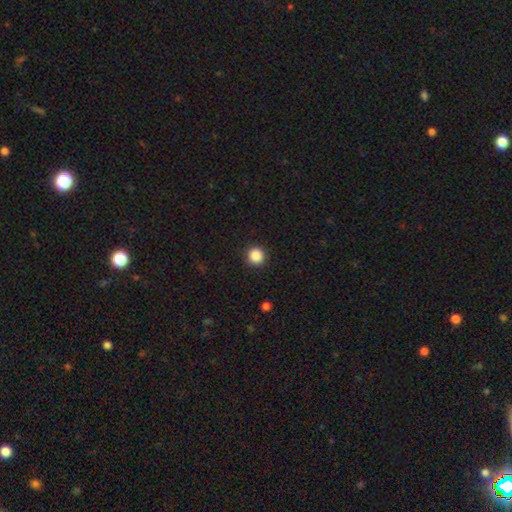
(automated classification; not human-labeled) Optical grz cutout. It shows a smooth galaxy with no disk features (87%) that is round (95%). Merging: none (92%).